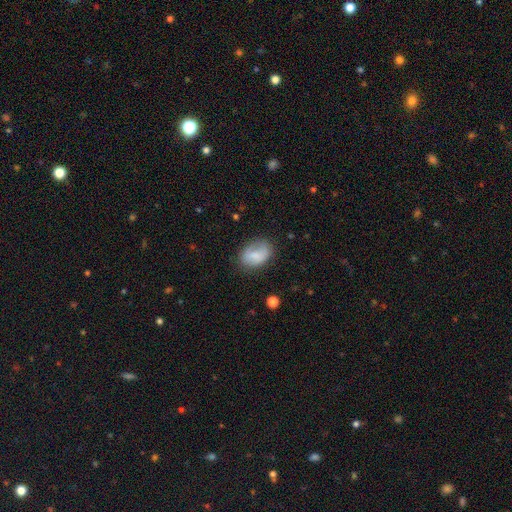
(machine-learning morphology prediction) A smooth galaxy with no disk features (76%) that is in between round and cigar-shaped (85%).

Vote fractions:
- Smooth or featured? smooth: 76% / featured or disk: 16% / star or artifact: 8%
- How rounded? in between: 85% / round: 14% / cigar-shaped: 1%
- Merging? none: 62% / minor disturbance: 26% / major disturbance: 10% / merger: 3%